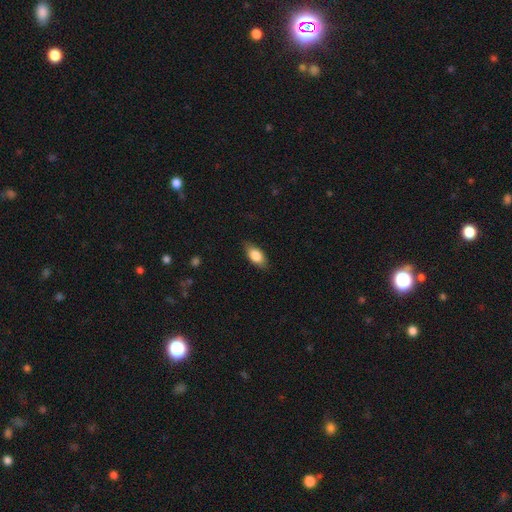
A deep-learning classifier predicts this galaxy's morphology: Smooth or featured? smooth (81%)
How rounded? in between (87%)
Merging? none (82%)